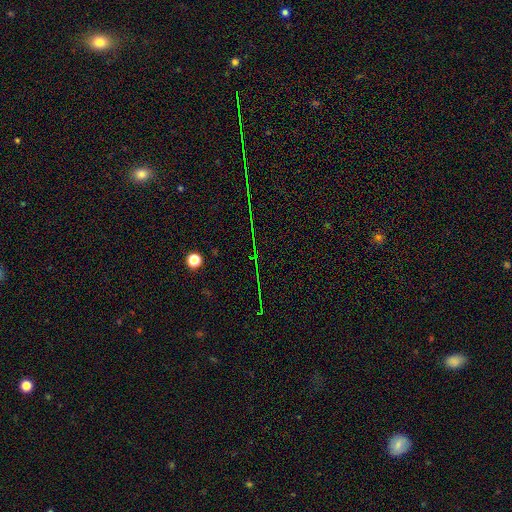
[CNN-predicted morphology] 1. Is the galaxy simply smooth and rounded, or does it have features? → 78% star or artifact, 11% smooth, 11% featured or disk.